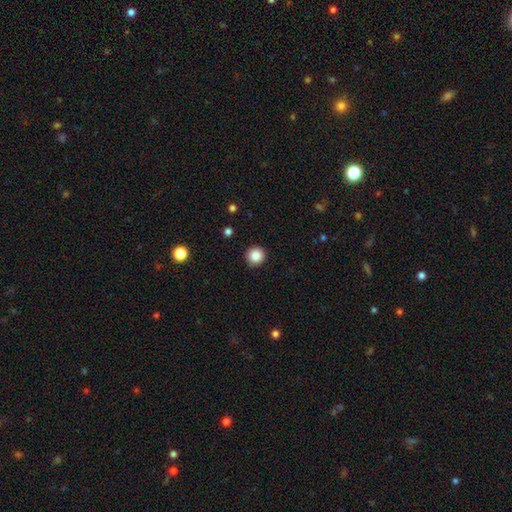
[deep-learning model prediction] smooth 86%, star or artifact 10%, featured or disk 4%. Down the decision tree: how rounded — round (95%); merging — none (92%).